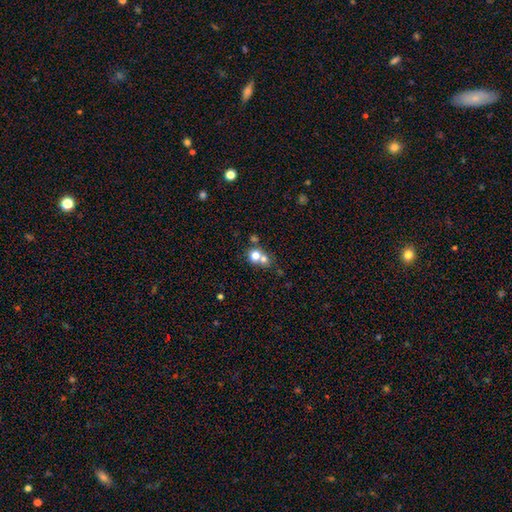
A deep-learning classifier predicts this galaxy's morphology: This appears to be a smooth galaxy with no disk features (71%) that is round (82%). Merging: merger (52%).